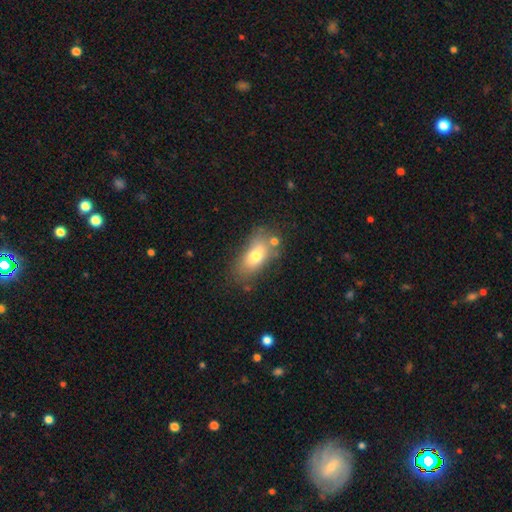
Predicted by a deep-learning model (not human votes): This is likely a smooth galaxy (71%). How rounded: clearly in between (85%). Merging: likely none (63%).